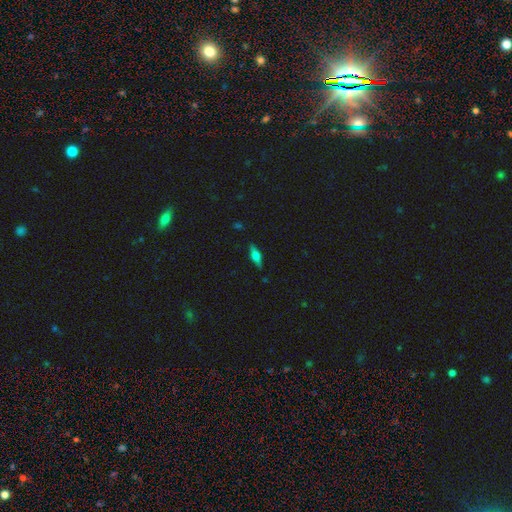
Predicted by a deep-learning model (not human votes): smooth_or_featured: featured or disk (p=0.57) [alt: smooth p=0.35]
disk_edge_on: yes (p=0.95) [alt: no p=0.05]
edge_on_bulge: rounded (p=0.88) [alt: boxy p=0.10]
merging: none (p=0.87) [alt: minor disturbance p=0.10]